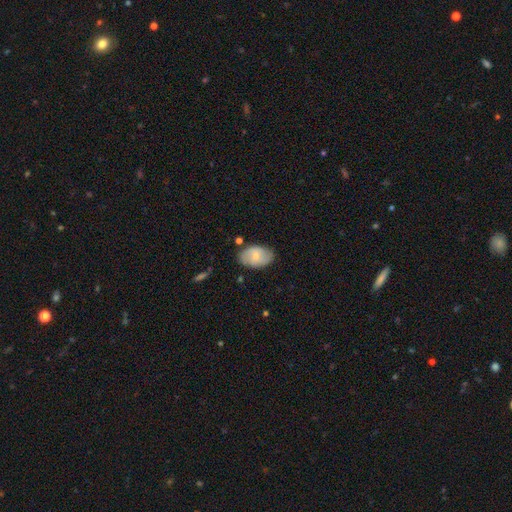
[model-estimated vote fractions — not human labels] Smooth or featured?
  - smooth: 59% *
  - featured or disk: 34%
  - star or artifact: 7%
How rounded?
  - in between: 90% *
  - round: 9%
  - cigar-shaped: 1%
Merging?
  - none: 78% *
  - minor disturbance: 16%
  - major disturbance: 3%
  - merger: 2%